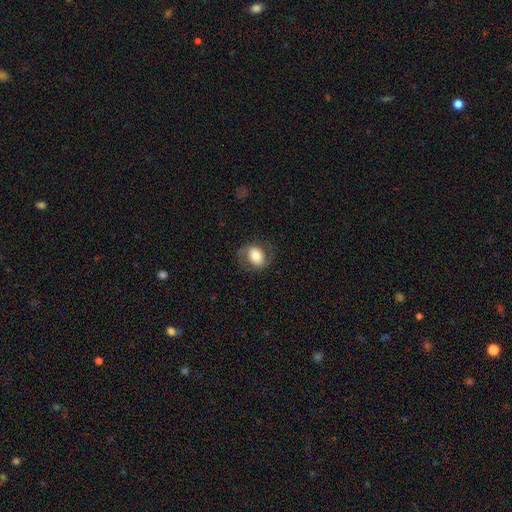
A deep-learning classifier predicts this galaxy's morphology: Smooth or featured? smooth (50%)
How rounded? in between (64%)
Merging? none (72%)